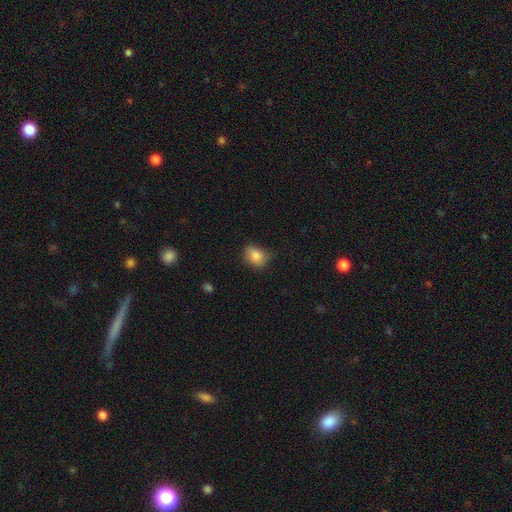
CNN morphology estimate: This appears to be a smooth galaxy with no disk features (84%) that is in between round and cigar-shaped (62%). Merging: none (72%).